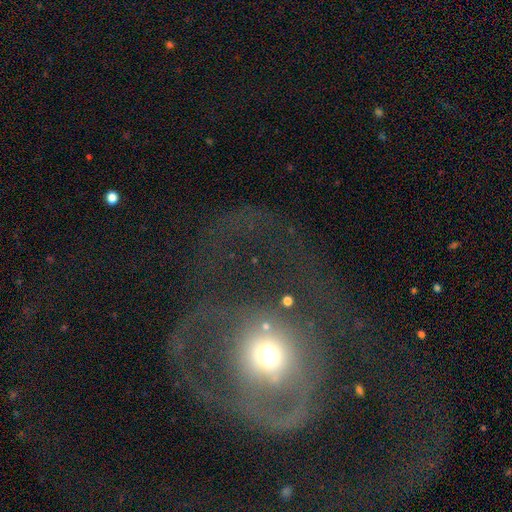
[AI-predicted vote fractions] This appears to be a featured or disk galaxy (63%) with no bar (77%), no spiral arms (52%) and a moderate central bulge (65%). Merging: major disturbance (58%).